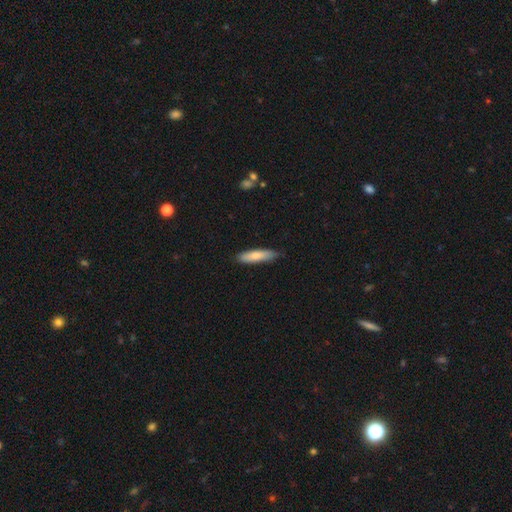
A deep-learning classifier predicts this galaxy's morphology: A smooth galaxy with no disk features (76%) that is cigar-shaped (74%).

Vote fractions:
- Smooth or featured? smooth: 76% / featured or disk: 19% / star or artifact: 5%
- How rounded? cigar-shaped: 74% / in between: 24% / round: 1%
- Merging? none: 81% / minor disturbance: 16% / major disturbance: 2% / merger: 1%